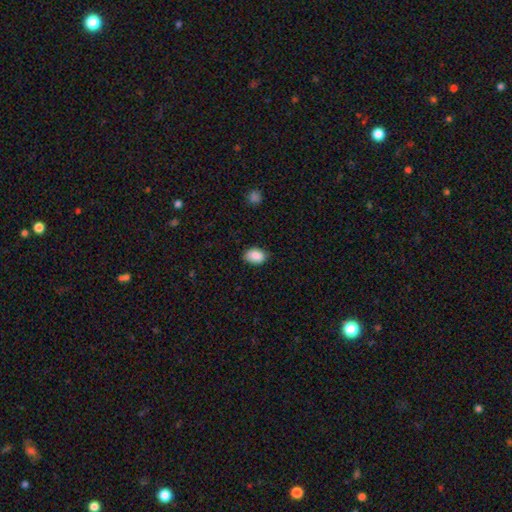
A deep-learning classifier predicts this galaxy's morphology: A smooth galaxy with no disk features (89%) that is in between round and cigar-shaped (84%).

Vote fractions:
- Smooth or featured? smooth: 89% / star or artifact: 8% / featured or disk: 3%
- How rounded? in between: 84% / round: 15% / cigar-shaped: 1%
- Merging? none: 80% / minor disturbance: 16% / major disturbance: 3% / merger: 1%